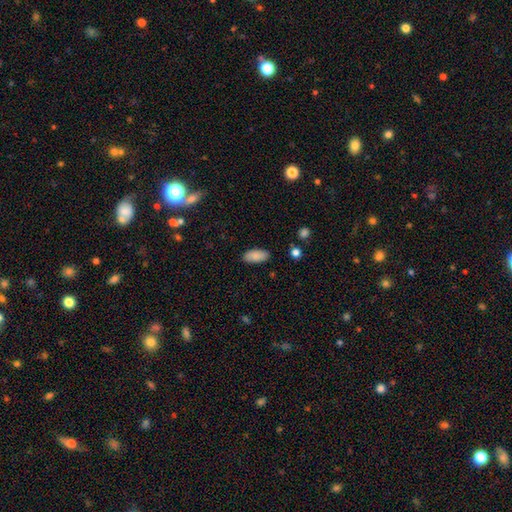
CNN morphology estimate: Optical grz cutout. It shows a smooth galaxy with no disk features (88%) that is in between round and cigar-shaped (91%). Merging: none (88%).